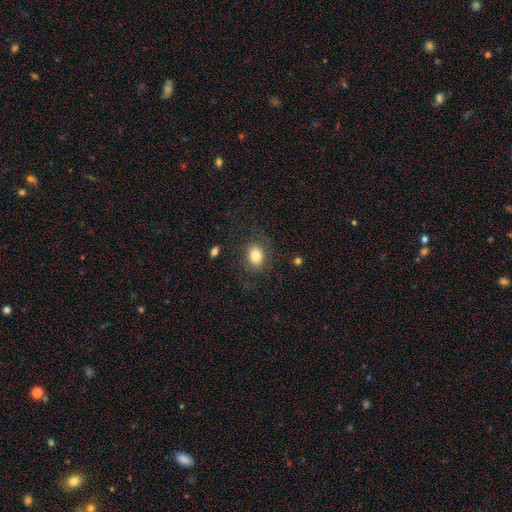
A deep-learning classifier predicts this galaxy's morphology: smooth-or-featured: smooth: 79% | featured or disk: 12% | star or artifact: 10%
  how-rounded: in between: 54% | round: 45% | cigar-shaped: 1%
  merging: none: 79% | minor disturbance: 12% | major disturbance: 7% | merger: 1%